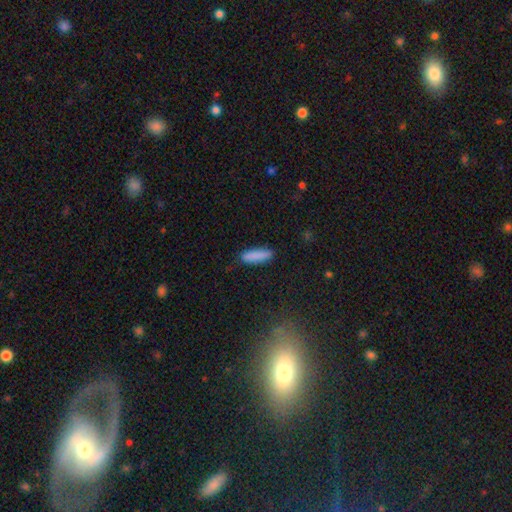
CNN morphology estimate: Smooth or featured: smooth — 87% (featured or disk — 7%)
How rounded: cigar-shaped — 67% (in between — 32%)
Merging: none — 85% (minor disturbance — 11%)